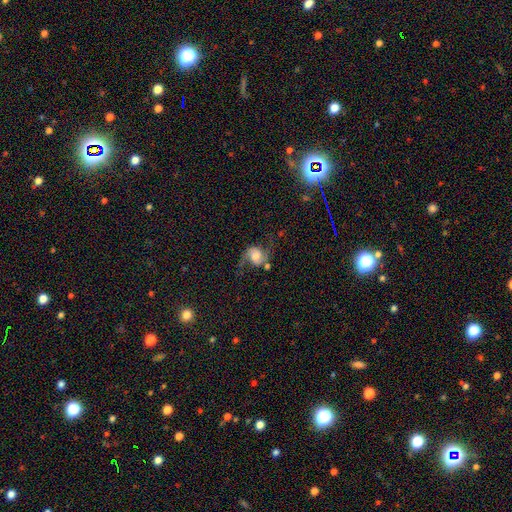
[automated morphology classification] Smooth or featured: featured or disk — 78% (smooth — 14%)
Edge-on disk: no — 98% (yes — 2%)
Bar: no — 62% (weak — 30%)
Spiral arms: yes — 95% (no — 5%)
Spiral winding: loose — 65% (medium — 29%)
Spiral arm count: 2 — 92% (1 — 3%)
Bulge size: moderate — 38% (large — 29%)
Merging: none — 66% (minor disturbance — 17%)